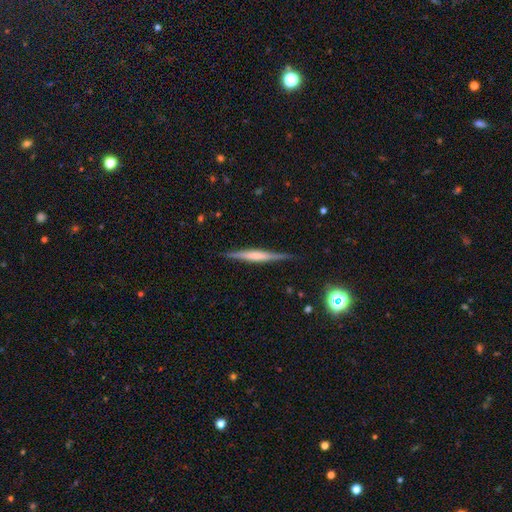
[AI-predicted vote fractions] Smooth or featured? featured or disk (65%)
Edge-on disk? yes (97%)
Edge-on bulge? rounded (38%)
Merging? none (87%)